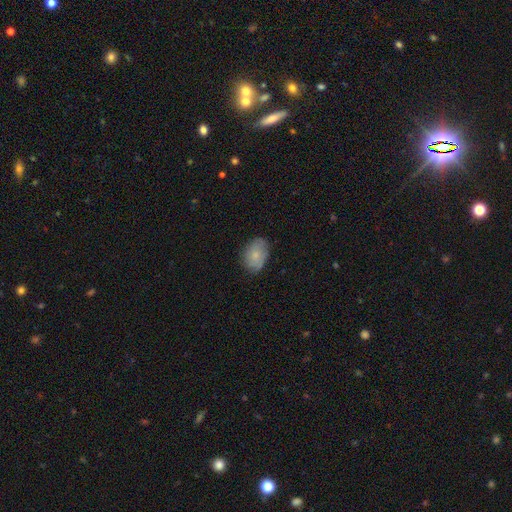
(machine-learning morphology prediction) Q: Smooth or featured?
A: smooth (74%); runner-up: featured or disk (19%)
Q: How rounded?
A: in between (79%); runner-up: round (19%)
Q: Merging?
A: none (74%); runner-up: minor disturbance (20%)